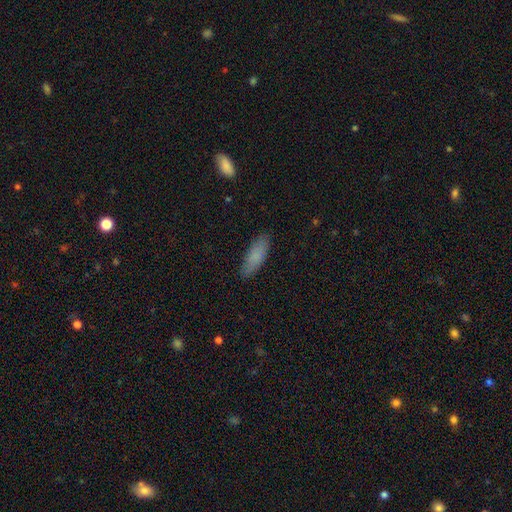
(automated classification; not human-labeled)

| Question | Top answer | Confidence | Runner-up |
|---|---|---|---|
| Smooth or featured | smooth | 83% | featured or disk (11%) |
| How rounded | in between | 54% | cigar-shaped (44%) |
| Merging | none | 85% | minor disturbance (12%) |